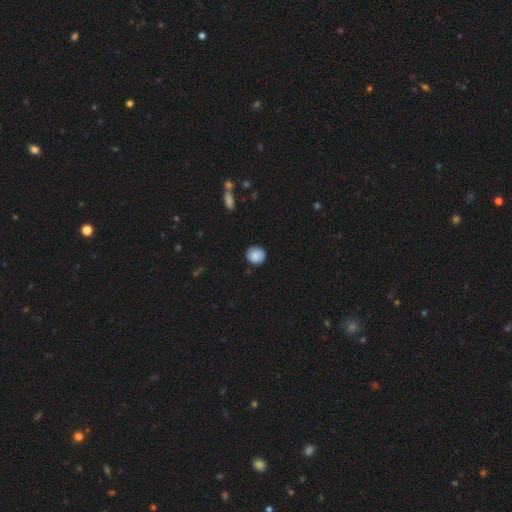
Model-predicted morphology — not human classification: This is clearly a smooth galaxy (83%). How rounded: clearly round (81%). Merging: clearly none (83%).